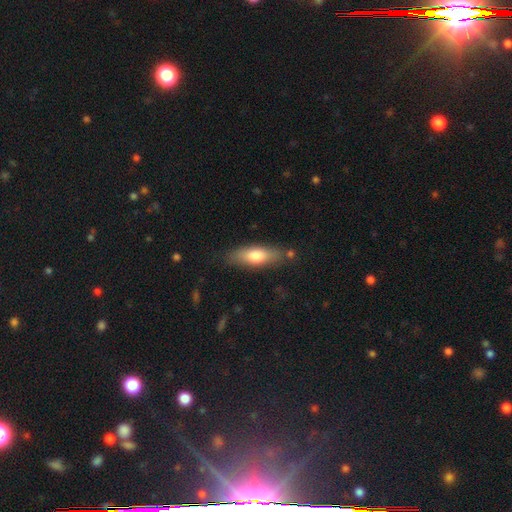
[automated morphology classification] type=smooth (73%); roundness=in between (60%); merging=none (79%).